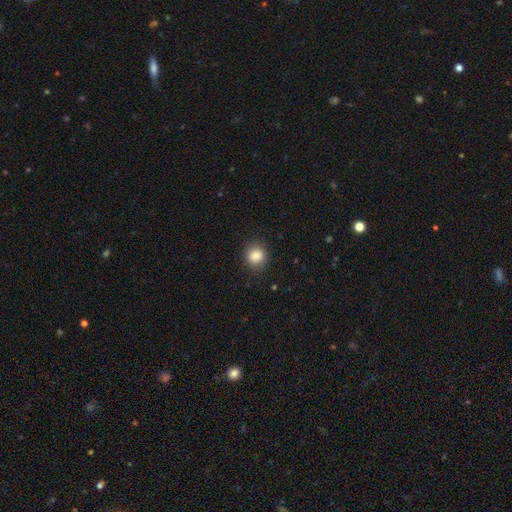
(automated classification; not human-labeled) Smooth or featured?
  - smooth: 85% *
  - star or artifact: 10%
  - featured or disk: 5%
How rounded?
  - round: 83% *
  - in between: 16%
  - cigar-shaped: 1%
Merging?
  - none: 88% *
  - minor disturbance: 9%
  - major disturbance: 3%
  - merger: 1%